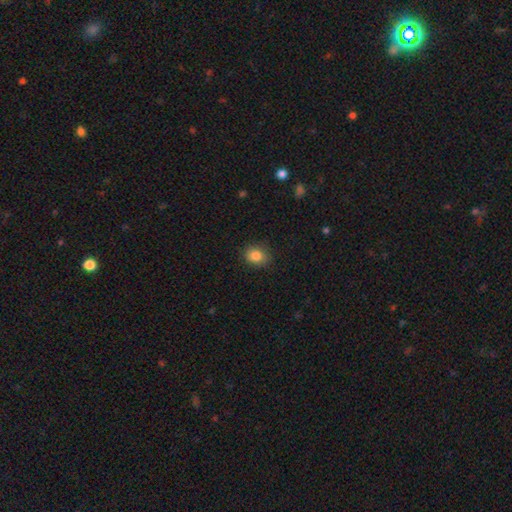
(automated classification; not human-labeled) Smooth or featured: smooth — 85% (star or artifact — 10%)
How rounded: round — 61% (in between — 38%)
Merging: none — 85% (minor disturbance — 12%)